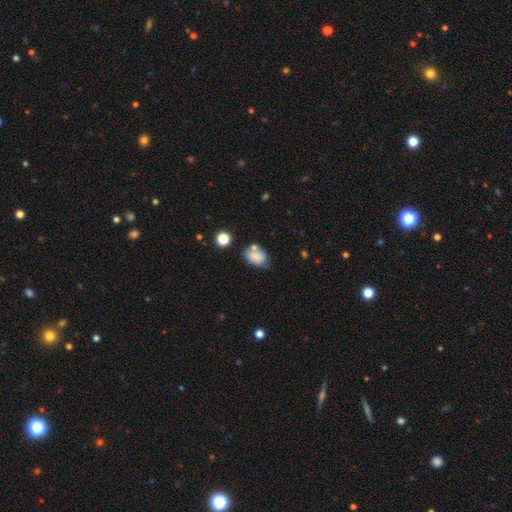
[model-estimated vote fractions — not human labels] A smooth galaxy with no disk features (81%) that is in between round and cigar-shaped (76%). Merging: none (52%).